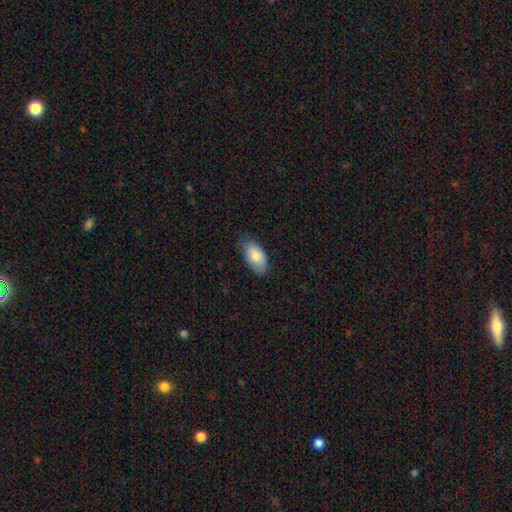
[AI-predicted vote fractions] smooth_or_featured: smooth (p=0.84) [alt: featured or disk p=0.10]
how_rounded: in between (p=0.94) [alt: cigar-shaped p=0.03]
merging: none (p=0.73) [alt: minor disturbance p=0.22]